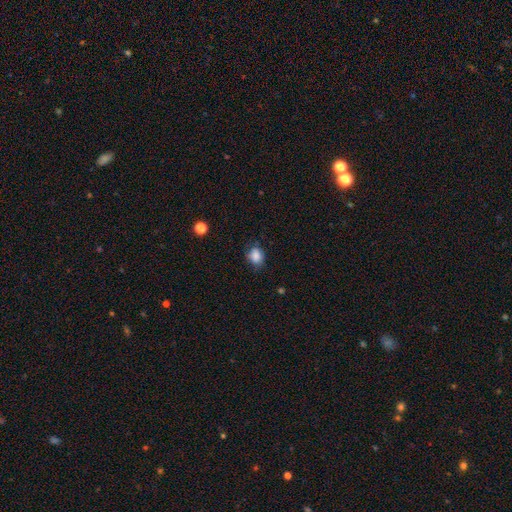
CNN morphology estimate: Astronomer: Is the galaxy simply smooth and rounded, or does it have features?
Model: smooth — 84%.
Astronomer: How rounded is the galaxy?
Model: in between — 54% (runner-up: round, 45%).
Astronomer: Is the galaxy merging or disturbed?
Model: none — 67%.